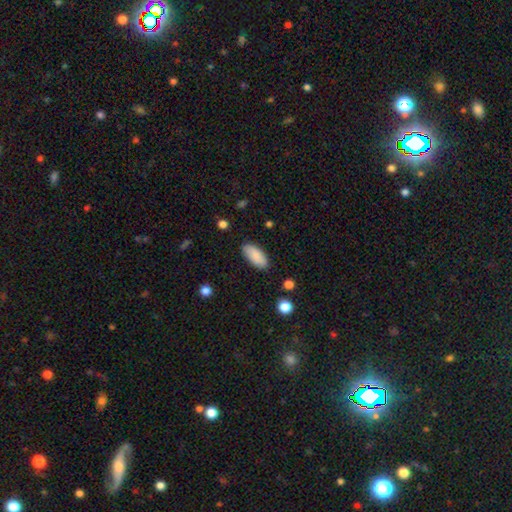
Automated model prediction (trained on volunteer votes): smooth_or_featured: smooth (p=0.88) [alt: star or artifact p=0.06]
how_rounded: in between (p=0.88) [alt: cigar-shaped p=0.10]
merging: none (p=0.87) [alt: minor disturbance p=0.10]